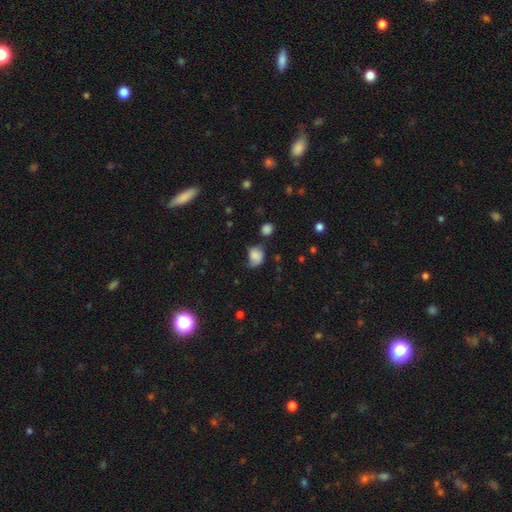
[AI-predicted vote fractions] smooth-or-featured: smooth: 76% | featured or disk: 14% | star or artifact: 11%
  how-rounded: in between: 52% | round: 47% | cigar-shaped: 1%
  merging: none: 41% | minor disturbance: 36% | major disturbance: 16% | merger: 7%